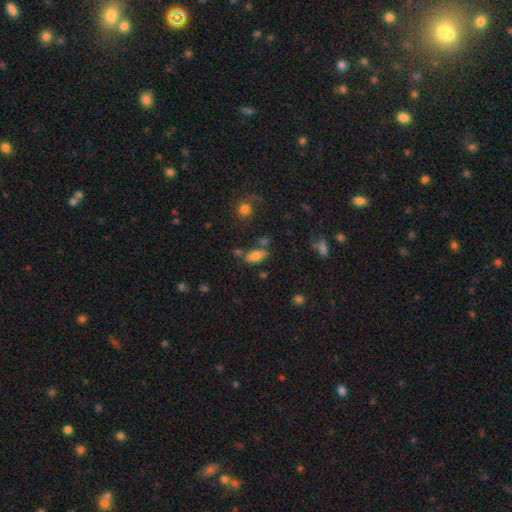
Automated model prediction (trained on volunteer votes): smooth-or-featured: smooth: 79% | featured or disk: 11% | star or artifact: 10%
  how-rounded: in between: 87% | cigar-shaped: 9% | round: 4%
  merging: none: 65% | minor disturbance: 16% | merger: 14% | major disturbance: 5%